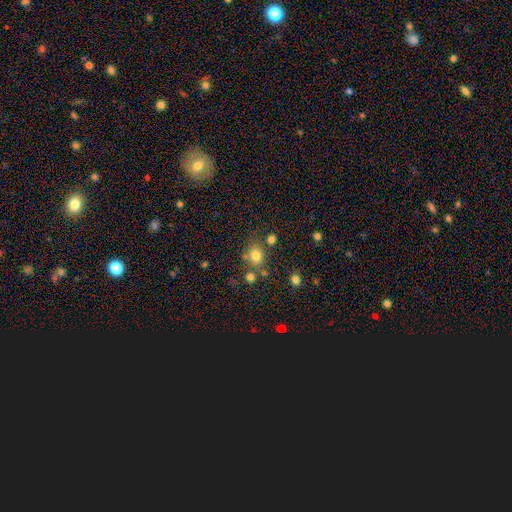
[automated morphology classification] smooth-or-featured: smooth: 76% | star or artifact: 16% | featured or disk: 9%
  how-rounded: round: 64% | in between: 35% | cigar-shaped: 1%
  merging: none: 68% | merger: 14% | minor disturbance: 13% | major disturbance: 5%